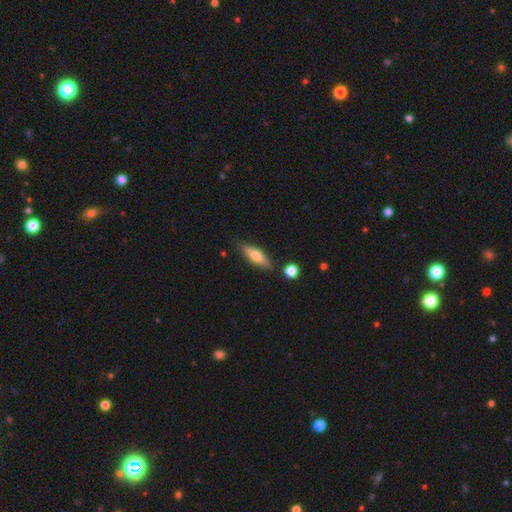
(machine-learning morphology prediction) A smooth galaxy with no disk features (55%) that is cigar-shaped (55%).

Vote fractions:
- Smooth or featured? smooth: 55% / featured or disk: 38% / star or artifact: 7%
- How rounded? cigar-shaped: 55% / in between: 42% / round: 3%
- Merging? none: 82% / minor disturbance: 12% / merger: 4% / major disturbance: 3%